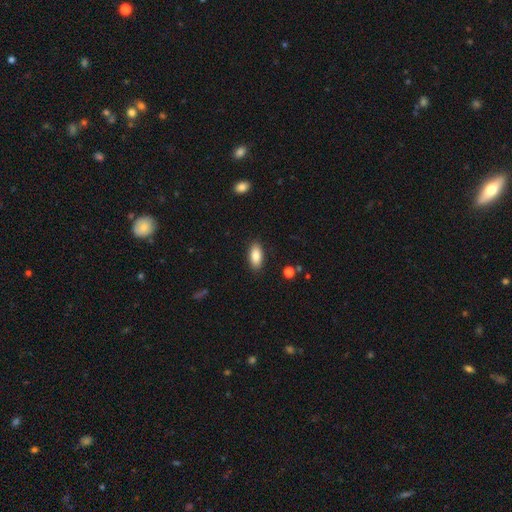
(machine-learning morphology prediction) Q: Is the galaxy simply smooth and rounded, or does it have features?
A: smooth — 86%.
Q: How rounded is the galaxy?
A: in between — 89%.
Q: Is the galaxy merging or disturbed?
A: none — 88%.